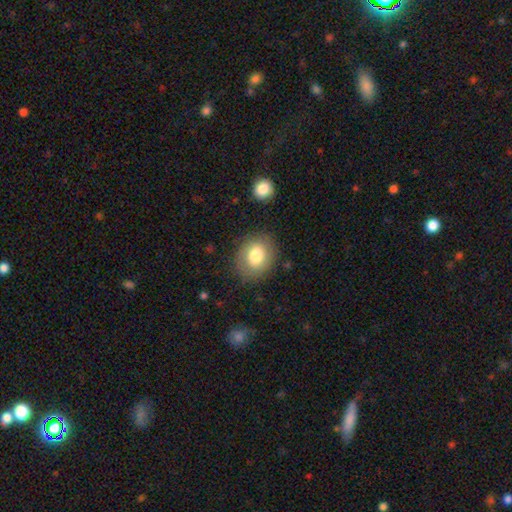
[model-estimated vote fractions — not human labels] A smooth galaxy with no disk features (75%) that is round (54%). Merging: none (82%).